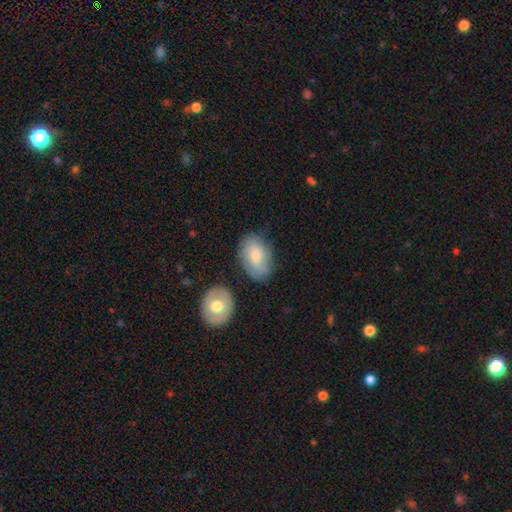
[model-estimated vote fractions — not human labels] smooth 75%, featured or disk 19%, star or artifact 6%. Down the decision tree: how rounded — in between (89%); merging — none (69%).